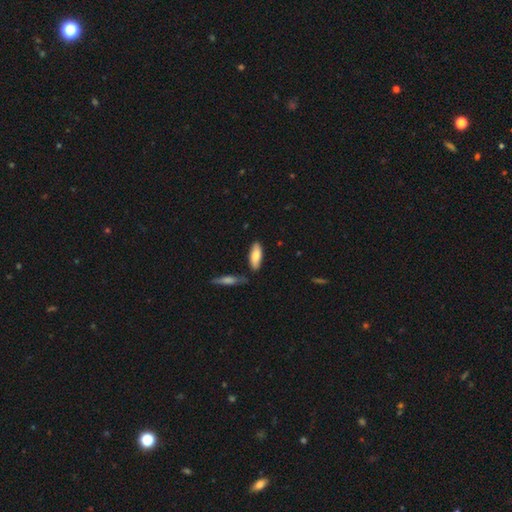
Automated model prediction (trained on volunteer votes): A smooth galaxy with no disk features (77%) that is in between round and cigar-shaped (69%). Merging: none (79%).